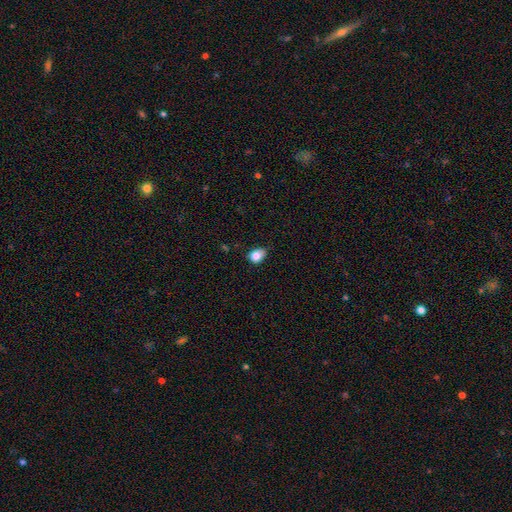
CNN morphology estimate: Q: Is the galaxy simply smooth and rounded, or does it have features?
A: smooth — 84%.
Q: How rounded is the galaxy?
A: in between — 67%.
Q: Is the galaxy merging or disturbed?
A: none — 65%.